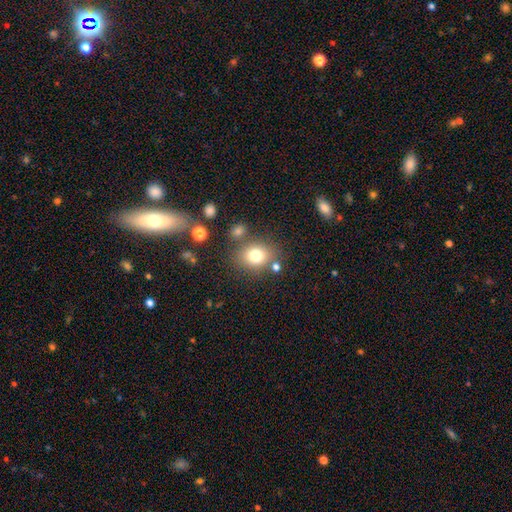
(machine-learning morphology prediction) The model was most divided on "how rounded": round: 58%, in between: 41%, cigar-shaped: 1%. More confident: smooth or featured — smooth (77%); merging — none (72%).